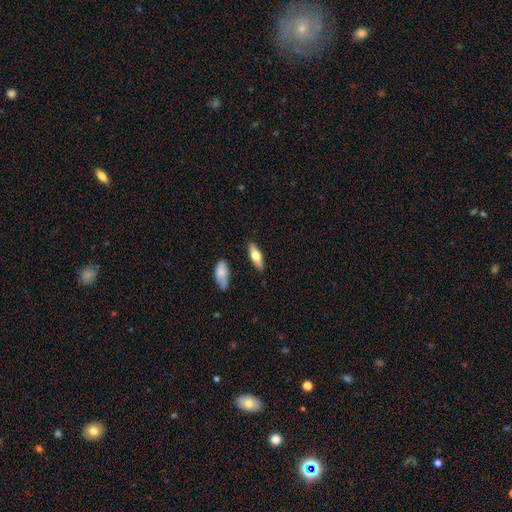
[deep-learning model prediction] Overall: smooth (57%; featured or disk 37%). How rounded: in between (59%; cigar-shaped 38%). Merging: none (86%).